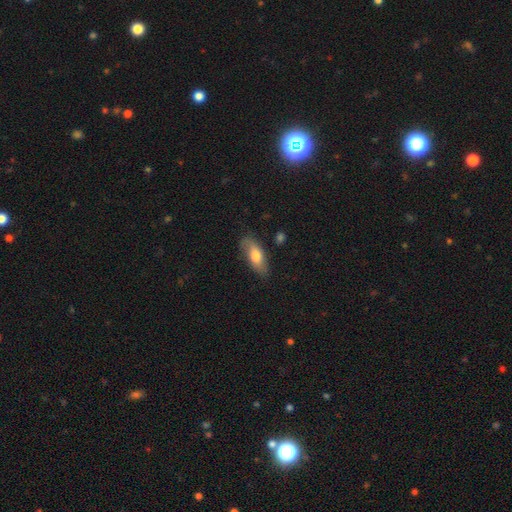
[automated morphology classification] type=smooth (68%); roundness=in between (76%); merging=none (75%).